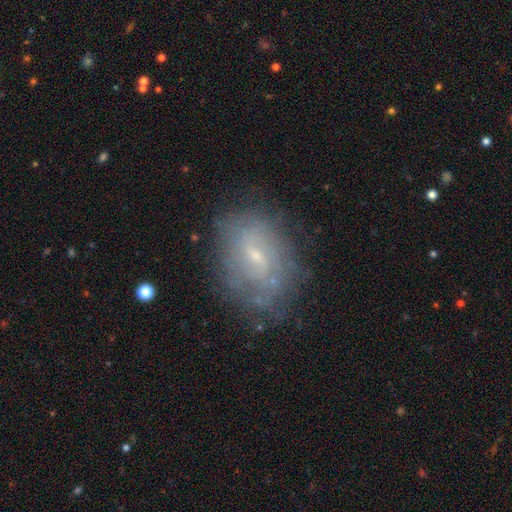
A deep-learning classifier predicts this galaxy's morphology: This is likely a featured or disk galaxy (62%). It is clearly not viewed edge-on (95%). Bar: possibly weak (54%). Spiral arm pattern: likely yes (64%). Central bulge: likely small (71%). Merging: likely none (68%).